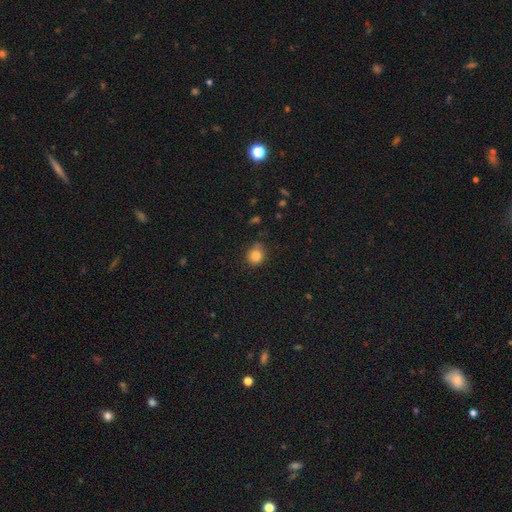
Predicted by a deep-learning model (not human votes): Overall: smooth (84%). How rounded: round (83%). Merging: none (75%).